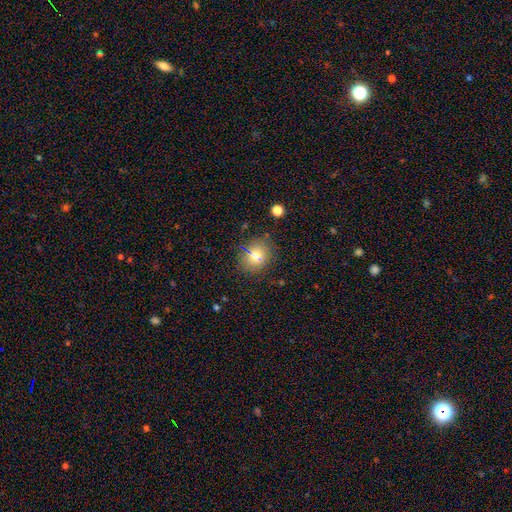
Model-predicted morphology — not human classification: This appears to be a smooth galaxy with no disk features (73%) that is round (66%). Merging: none (83%).